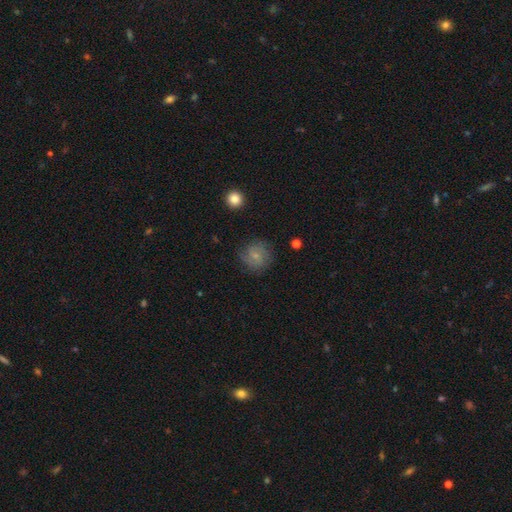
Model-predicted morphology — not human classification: Q: Smooth or featured?
A: smooth (63%); runner-up: featured or disk (27%)
Q: How rounded?
A: round (88%); runner-up: in between (11%)
Q: Merging?
A: none (74%); runner-up: minor disturbance (18%)